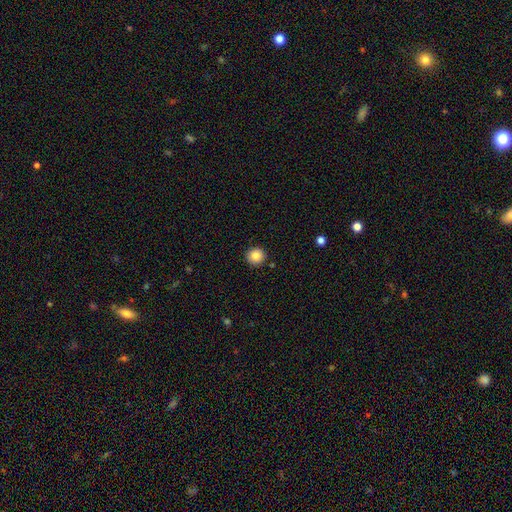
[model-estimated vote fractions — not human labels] This is clearly a smooth galaxy (85%). How rounded: clearly round (95%). Merging: clearly none (91%).